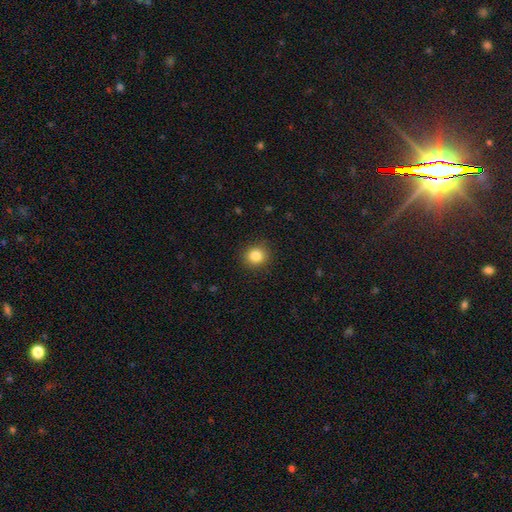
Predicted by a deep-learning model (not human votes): smooth 85%, star or artifact 10%, featured or disk 5%. Down the decision tree: how rounded — round (86%); merging — none (89%).